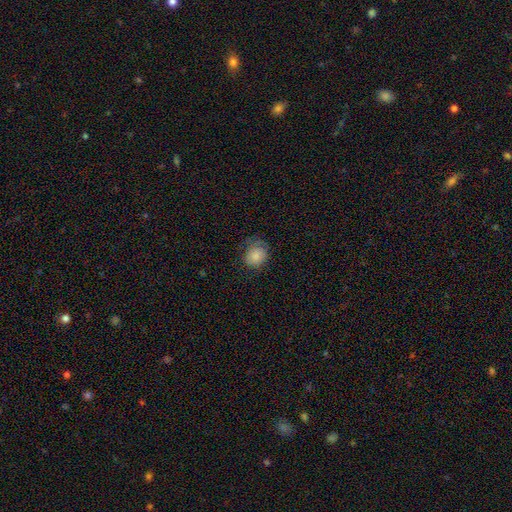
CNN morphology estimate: type=smooth (79%); roundness=round (70%); merging=none (59%).